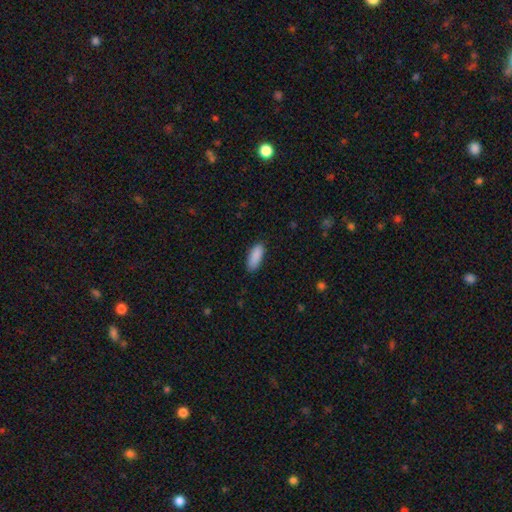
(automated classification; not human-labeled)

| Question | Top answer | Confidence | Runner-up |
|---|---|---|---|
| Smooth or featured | smooth | 90% | star or artifact (6%) |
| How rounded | in between | 80% | cigar-shaped (18%) |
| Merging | none | 86% | minor disturbance (10%) |